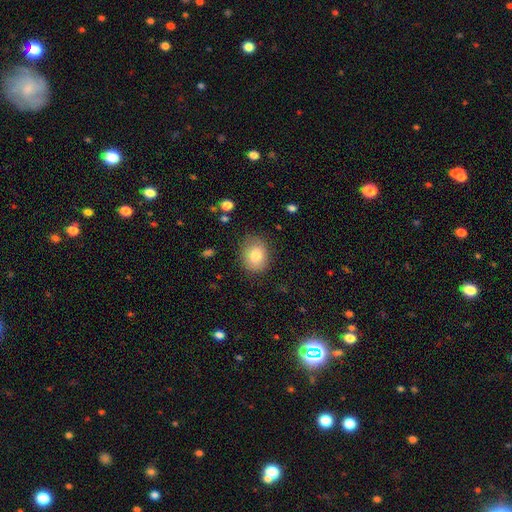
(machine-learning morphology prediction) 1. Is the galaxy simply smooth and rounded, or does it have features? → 81% smooth, 11% featured or disk, 8% star or artifact.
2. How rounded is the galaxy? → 50% in between, 49% round, 1% cigar-shaped.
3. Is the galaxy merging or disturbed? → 81% none, 14% minor disturbance, 4% major disturbance, 1% merger.